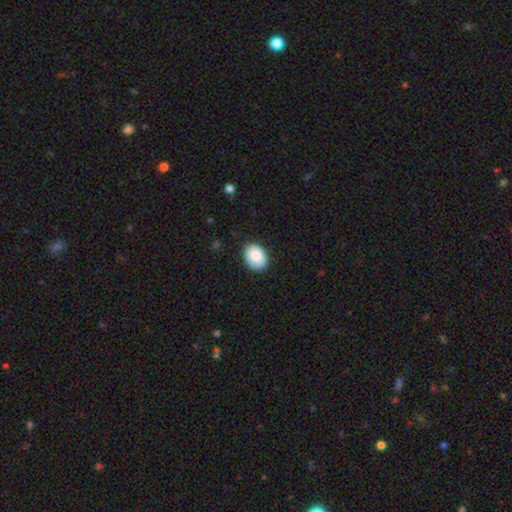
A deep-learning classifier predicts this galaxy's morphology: Overall: smooth (86%). How rounded: in between (66%; round 33%). Merging: none (84%).